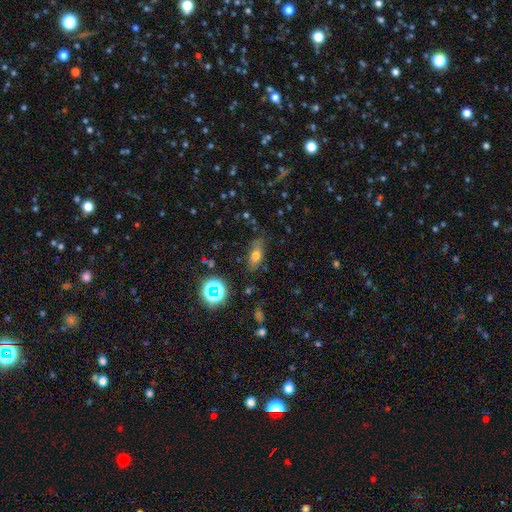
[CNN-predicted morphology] smooth_or_featured: smooth (p=0.67) [alt: star or artifact p=0.17]
how_rounded: in between (p=0.75) [alt: cigar-shaped p=0.15]
merging: none (p=0.72) [alt: minor disturbance p=0.19]